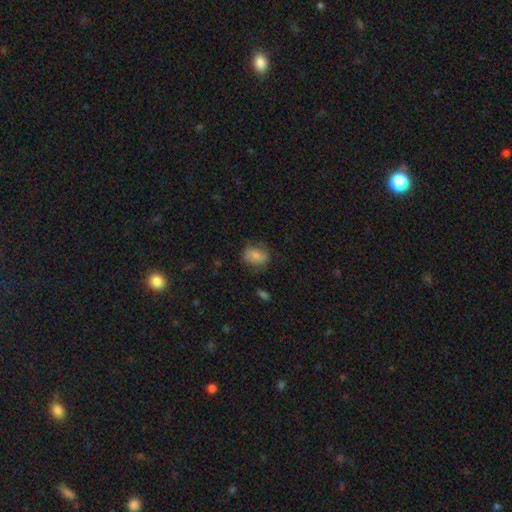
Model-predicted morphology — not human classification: A smooth galaxy with no disk features (77%) that is in between round and cigar-shaped (62%). Merging: none (71%).